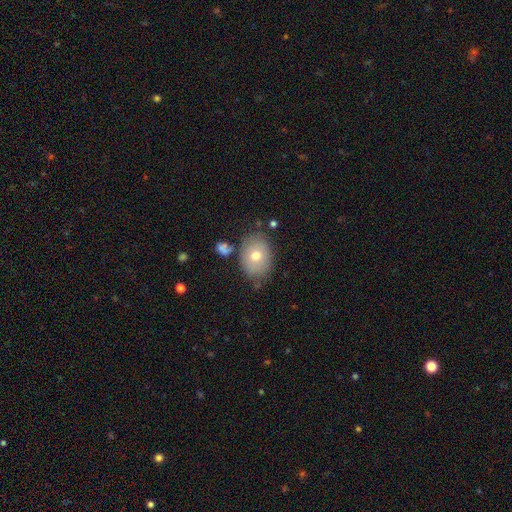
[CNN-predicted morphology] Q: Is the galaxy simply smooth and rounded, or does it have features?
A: smooth — 69%.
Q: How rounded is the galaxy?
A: in between — 69%.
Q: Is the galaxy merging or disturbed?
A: none — 73%.